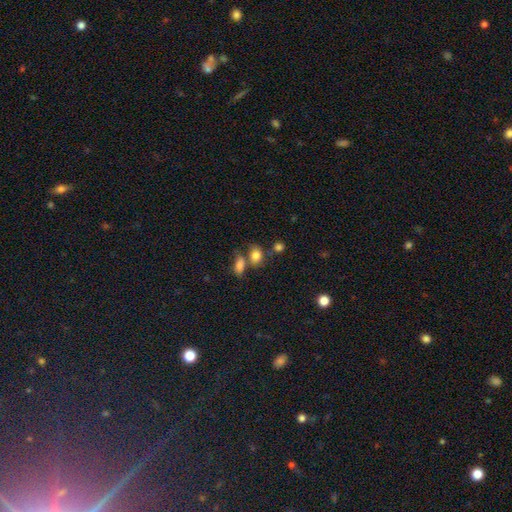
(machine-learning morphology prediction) smooth-or-featured: smooth: 81% | star or artifact: 11% | featured or disk: 8%
  how-rounded: in between: 56% | round: 42% | cigar-shaped: 2%
  merging: none: 51% | merger: 29% | minor disturbance: 13% | major disturbance: 6%